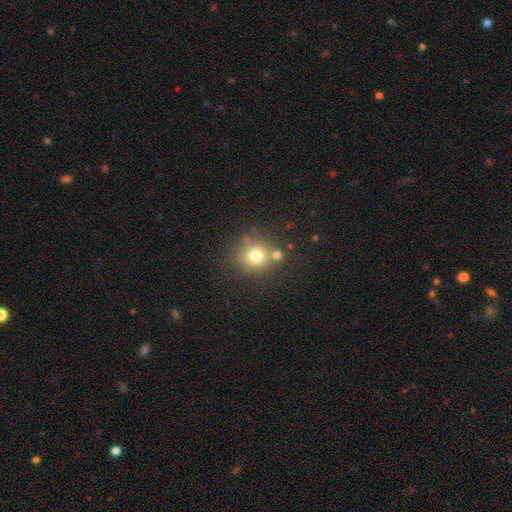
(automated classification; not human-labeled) smooth 74%, star or artifact 15%, featured or disk 11%. Down the decision tree: how rounded — round (87%); merging — none (69%).